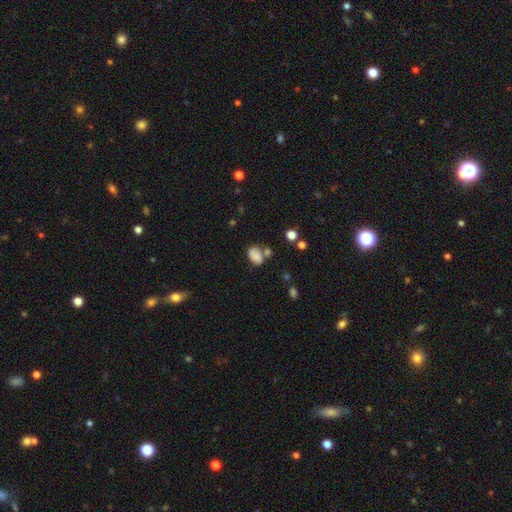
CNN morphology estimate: Smooth or featured: smooth — 68% (featured or disk — 21%)
How rounded: in between — 76% (round — 23%)
Merging: none — 40% (merger — 26%)